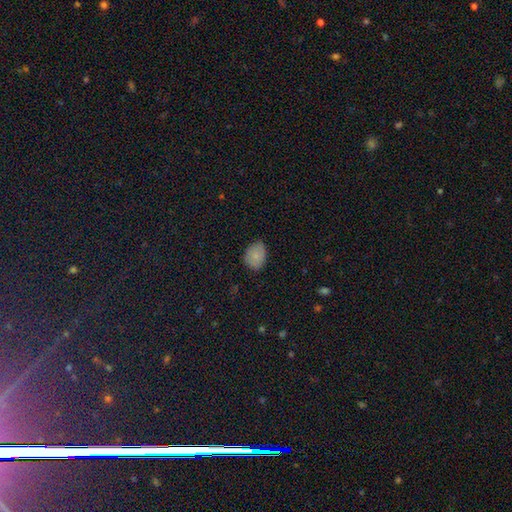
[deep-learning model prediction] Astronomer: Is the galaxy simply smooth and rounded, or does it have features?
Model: smooth — 81%.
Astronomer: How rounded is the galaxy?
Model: in between — 65%.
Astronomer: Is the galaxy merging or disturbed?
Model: none — 72%.